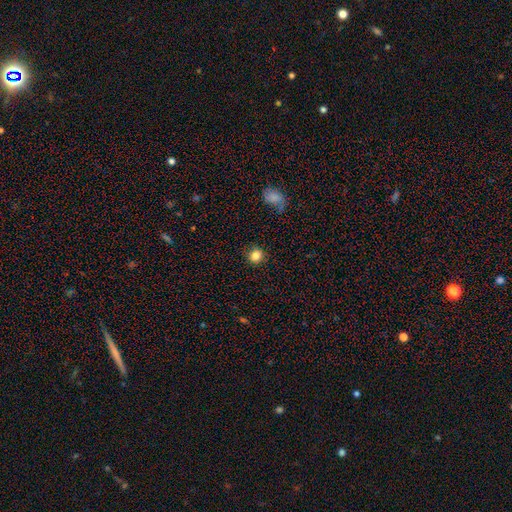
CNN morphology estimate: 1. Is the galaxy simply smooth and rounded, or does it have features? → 83% smooth, 11% star or artifact, 5% featured or disk.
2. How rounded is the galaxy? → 89% round, 10% in between, 1% cigar-shaped.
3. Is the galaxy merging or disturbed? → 88% none, 8% minor disturbance, 2% major disturbance, 1% merger.